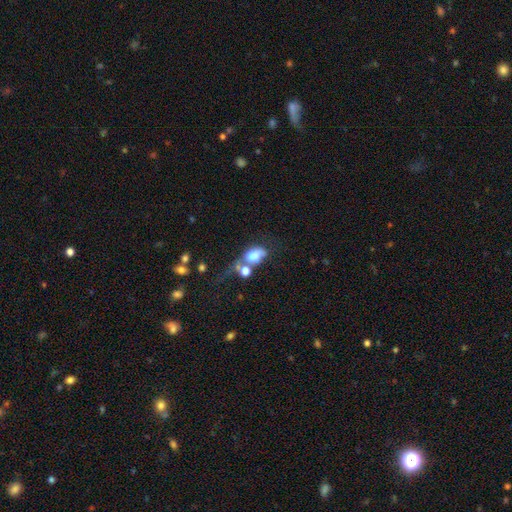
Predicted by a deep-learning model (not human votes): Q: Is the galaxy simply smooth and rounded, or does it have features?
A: smooth — 65%.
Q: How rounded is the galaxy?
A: in between — 80%.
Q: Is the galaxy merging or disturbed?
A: merger — 43%.